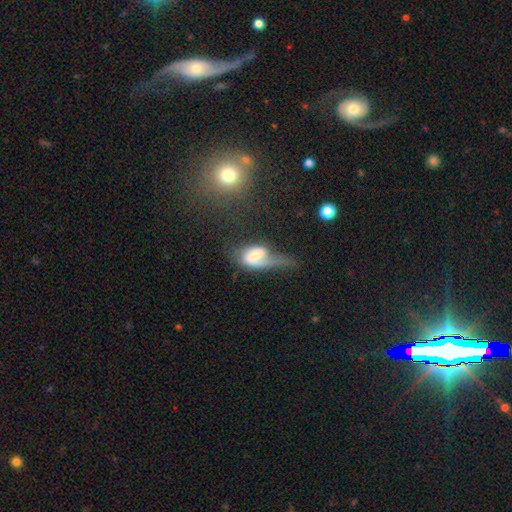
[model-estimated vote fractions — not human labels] Smooth or featured: featured or disk — 58% (smooth — 34%)
Edge-on disk: no — 93% (yes — 7%)
Bar: weak — 41% (tied with no — 41%)
Spiral arms: yes — 76% (no — 24%)
Bulge size: moderate — 39% (small — 36%)
Merging: major disturbance — 51% (none — 20%)